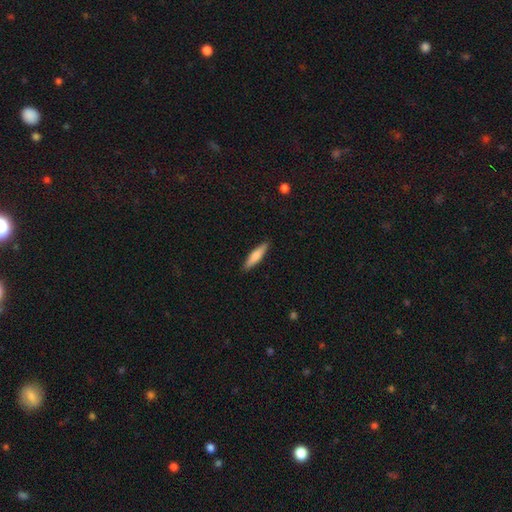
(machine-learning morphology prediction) Overall: smooth (70%). How rounded: cigar-shaped (78%). Merging: none (90%).